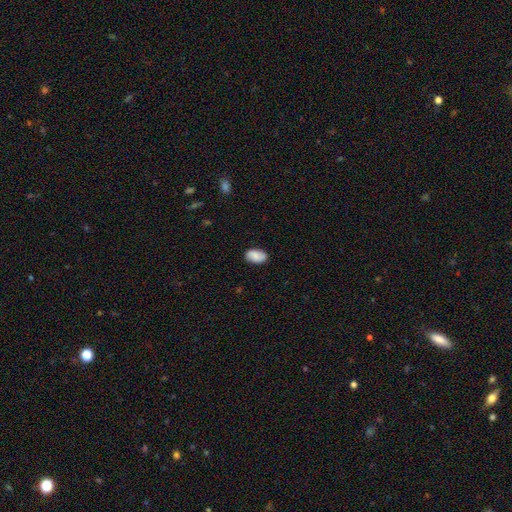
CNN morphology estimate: smooth-or-featured: smooth: 79% | featured or disk: 14% | star or artifact: 7%
  how-rounded: in between: 92% | round: 7% | cigar-shaped: 1%
  merging: none: 85% | minor disturbance: 12% | major disturbance: 2% | merger: 1%